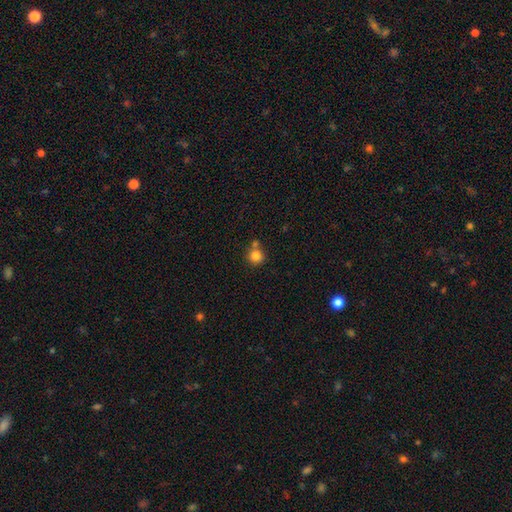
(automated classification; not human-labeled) The model was most divided on "merging": none: 62%, merger: 25%, minor disturbance: 9%, major disturbance: 3%. More confident: how rounded — round (92%); smooth or featured — smooth (83%).